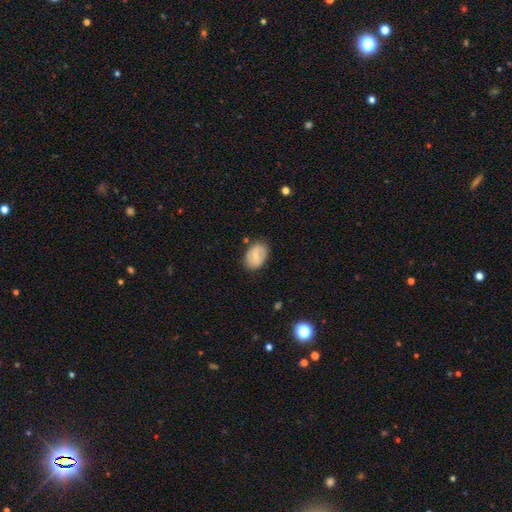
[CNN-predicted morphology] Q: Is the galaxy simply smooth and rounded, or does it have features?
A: smooth — 57%.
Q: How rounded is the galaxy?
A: in between — 78%.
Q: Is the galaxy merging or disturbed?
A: none — 80%.